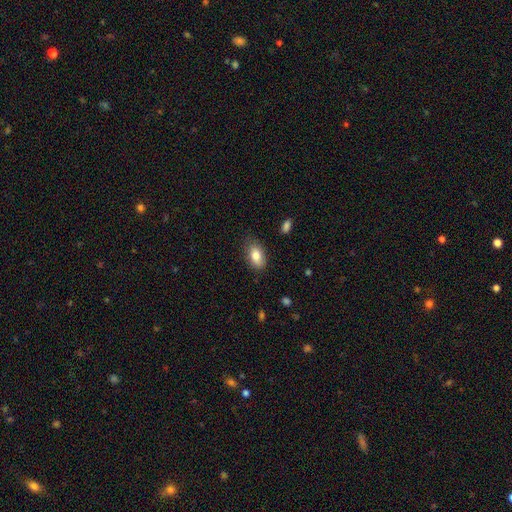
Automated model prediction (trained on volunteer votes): Overall: smooth (81%). How rounded: in between (91%). Merging: none (78%).